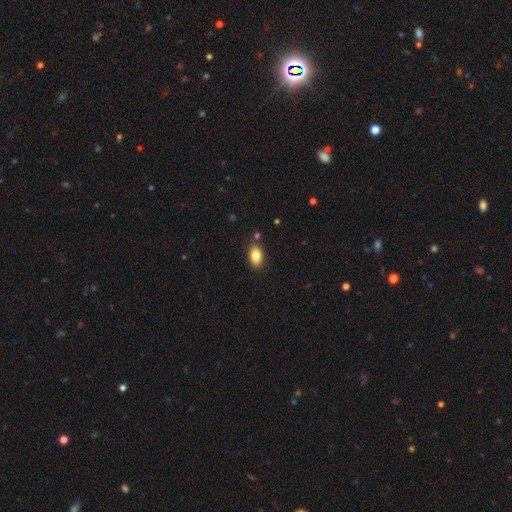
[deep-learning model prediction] Q: Smooth or featured?
A: smooth (84%); runner-up: star or artifact (8%)
Q: How rounded?
A: in between (88%); runner-up: round (10%)
Q: Merging?
A: none (84%); runner-up: minor disturbance (10%)